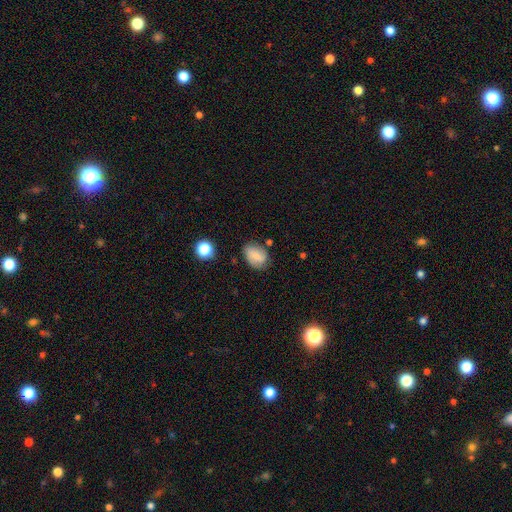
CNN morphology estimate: Overall: smooth (68%). How rounded: in between (74%). Merging: none (70%).